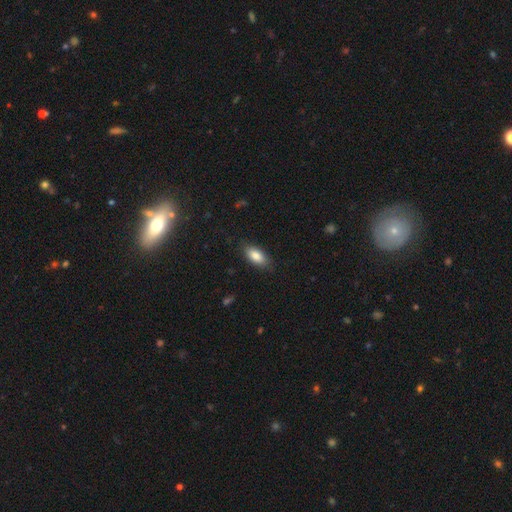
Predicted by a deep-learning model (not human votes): Smooth or featured? Predicted: smooth (p=0.83). How rounded? Predicted: in between (p=0.89). Merging? Predicted: none (p=0.84).